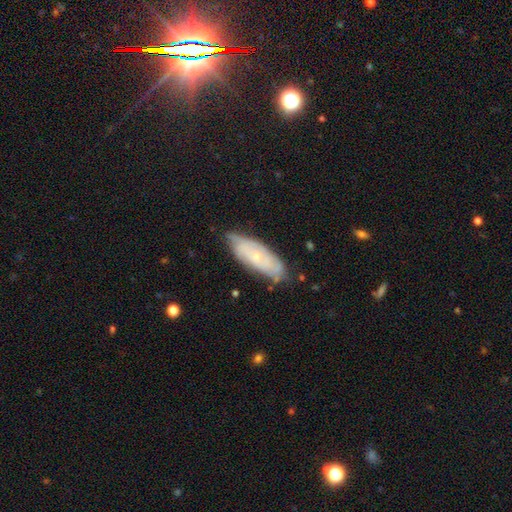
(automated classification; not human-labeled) Overall: featured or disk (57%; smooth 34%). Edge-on disk: no (82%). Merging: none (73%).